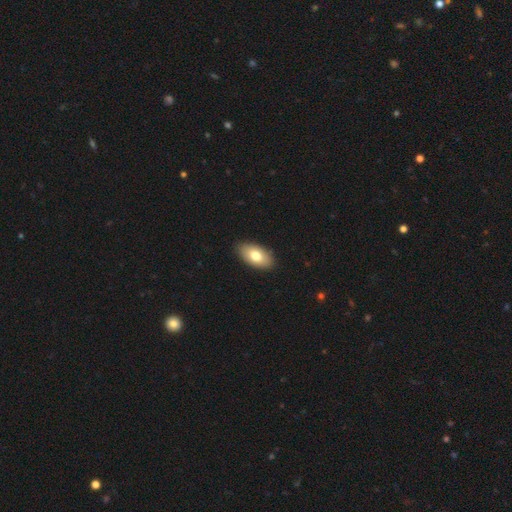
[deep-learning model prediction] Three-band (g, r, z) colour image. It shows a smooth galaxy with no disk features (76%) that is in between round and cigar-shaped (94%). Merging: none (89%).